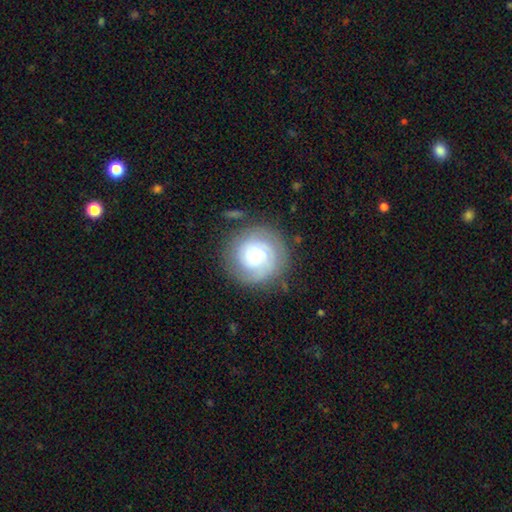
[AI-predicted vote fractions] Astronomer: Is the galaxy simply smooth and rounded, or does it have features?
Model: featured or disk — 64%.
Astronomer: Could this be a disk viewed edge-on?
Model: no — 98%.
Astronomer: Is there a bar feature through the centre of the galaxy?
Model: no — 65%.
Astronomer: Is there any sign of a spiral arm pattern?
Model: yes — 88%.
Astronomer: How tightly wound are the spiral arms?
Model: tight — 65%.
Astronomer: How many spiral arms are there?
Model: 2 — 36% (runner-up: can't tell, 30%).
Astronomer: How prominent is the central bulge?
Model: moderate — 44% (runner-up: small, 36%).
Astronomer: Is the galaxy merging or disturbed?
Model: none — 78%.